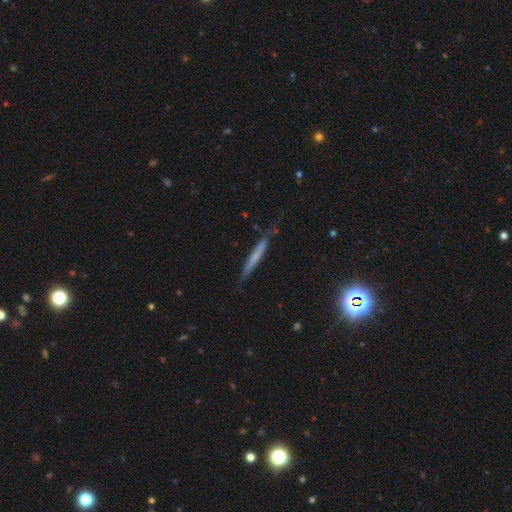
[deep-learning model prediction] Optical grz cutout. It shows a smooth galaxy with no disk features (52%) that is cigar-shaped (96%). Merging: none (78%).